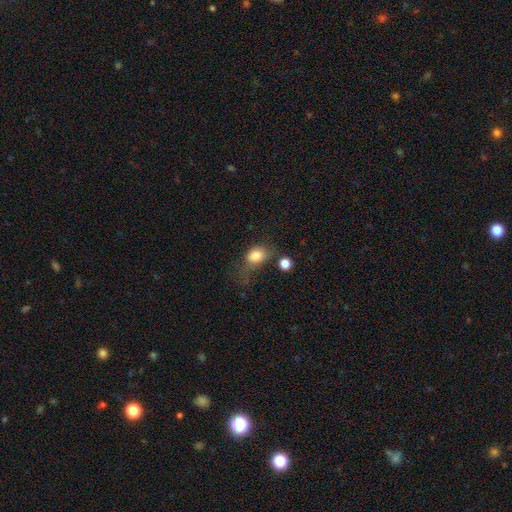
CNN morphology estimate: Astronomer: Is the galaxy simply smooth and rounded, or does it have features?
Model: smooth — 81%.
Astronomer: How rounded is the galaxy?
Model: in between — 58% (runner-up: round, 40%).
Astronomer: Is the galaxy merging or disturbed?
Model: none — 36% (runner-up: minor disturbance, 27%).